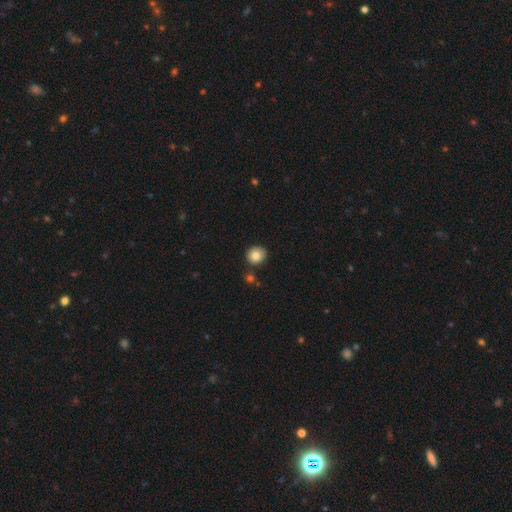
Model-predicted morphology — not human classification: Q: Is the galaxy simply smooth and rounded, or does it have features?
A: smooth — 83%.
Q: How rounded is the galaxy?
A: round — 82%.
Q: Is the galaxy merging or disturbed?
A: none — 82%.